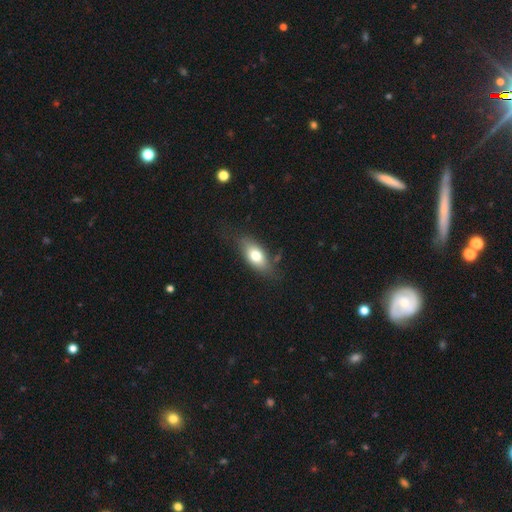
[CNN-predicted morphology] Smooth or featured?
  - smooth: 73% *
  - featured or disk: 20%
  - star or artifact: 7%
How rounded?
  - in between: 86% *
  - cigar-shaped: 9%
  - round: 5%
Merging?
  - none: 70% *
  - minor disturbance: 20%
  - major disturbance: 7%
  - merger: 2%